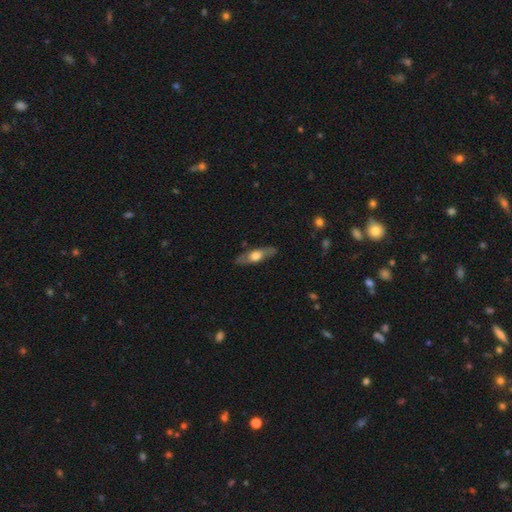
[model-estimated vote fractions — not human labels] Morphology: type=featured or disk (52%); edge-on=yes (66%); merging=none (84%).